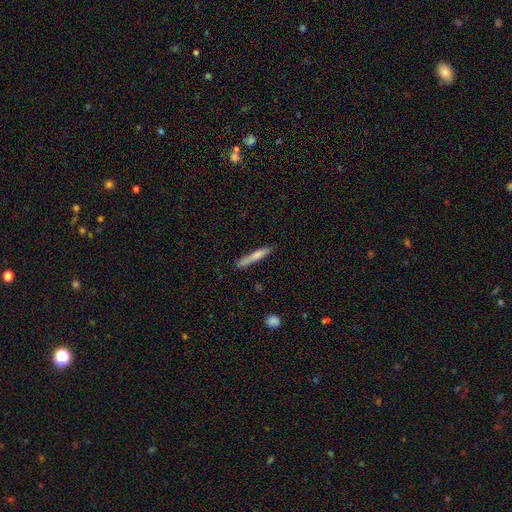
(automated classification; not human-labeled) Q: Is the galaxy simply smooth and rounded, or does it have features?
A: smooth — 71%.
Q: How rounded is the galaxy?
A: cigar-shaped — 94%.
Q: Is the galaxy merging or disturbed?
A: none — 78%.